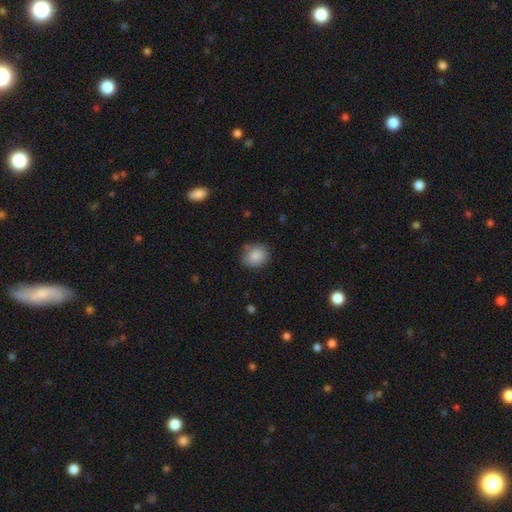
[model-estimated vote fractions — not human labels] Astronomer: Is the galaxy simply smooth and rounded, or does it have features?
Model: smooth — 86%.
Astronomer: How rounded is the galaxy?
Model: round — 64%.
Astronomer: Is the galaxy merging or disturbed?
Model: none — 75%.